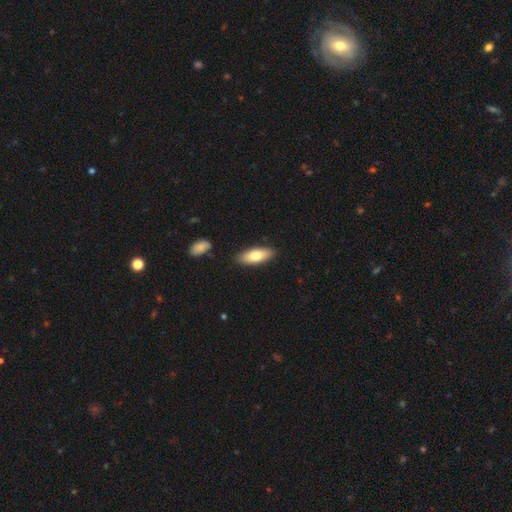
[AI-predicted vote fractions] Smooth or featured: smooth — 76% (featured or disk — 18%)
How rounded: in between — 74% (cigar-shaped — 24%)
Merging: none — 87% (minor disturbance — 9%)